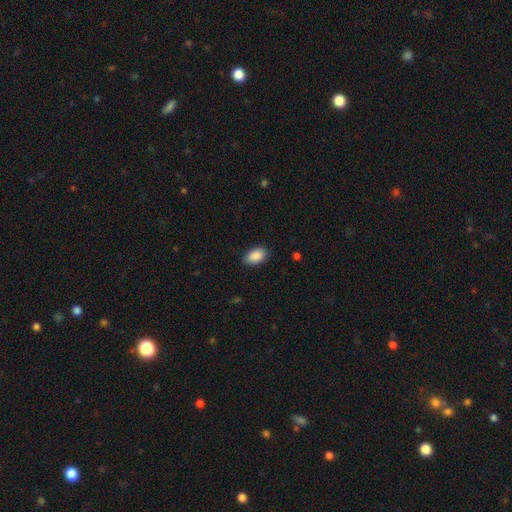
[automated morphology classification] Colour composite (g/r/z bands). It shows a smooth galaxy with no disk features (89%) that is in between round and cigar-shaped (92%). Merging: none (85%).